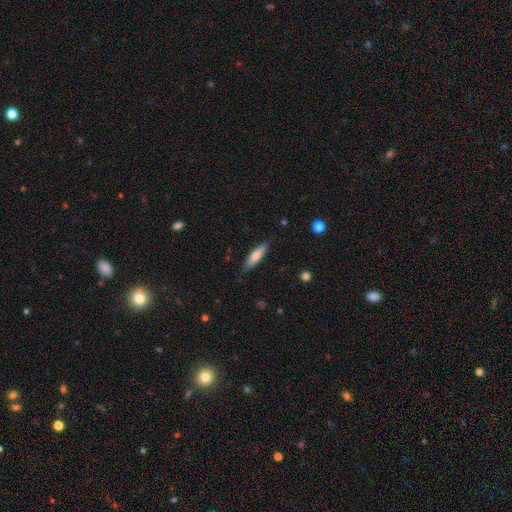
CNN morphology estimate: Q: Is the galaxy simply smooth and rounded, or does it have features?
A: smooth — 64%.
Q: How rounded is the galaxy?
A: cigar-shaped — 70%.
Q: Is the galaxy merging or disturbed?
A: none — 84%.